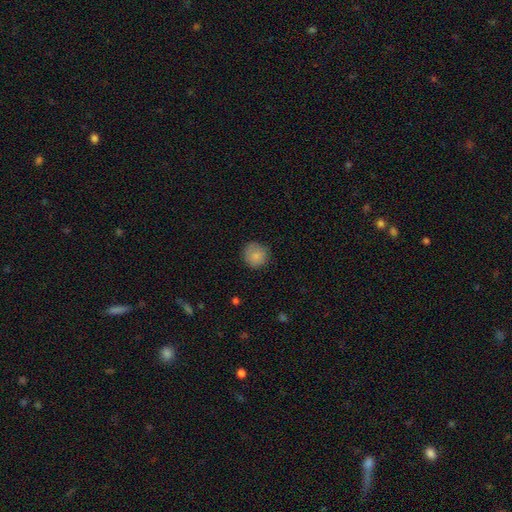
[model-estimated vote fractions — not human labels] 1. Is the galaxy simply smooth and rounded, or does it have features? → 85% smooth, 9% star or artifact, 6% featured or disk.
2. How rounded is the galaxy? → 89% round, 10% in between, 1% cigar-shaped.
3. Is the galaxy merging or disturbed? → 80% none, 15% minor disturbance, 4% major disturbance, 1% merger.